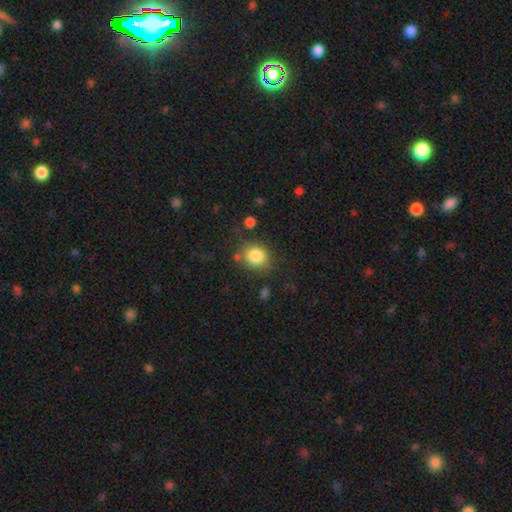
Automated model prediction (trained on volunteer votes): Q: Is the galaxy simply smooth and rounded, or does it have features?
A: smooth — 83%.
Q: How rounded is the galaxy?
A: round — 71%.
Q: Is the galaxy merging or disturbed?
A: none — 73%.